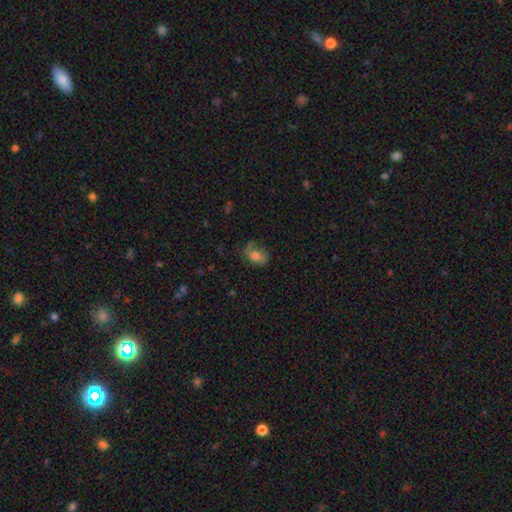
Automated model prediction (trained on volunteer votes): Smooth or featured?
  - smooth: 59% *
  - featured or disk: 30%
  - star or artifact: 10%
How rounded?
  - in between: 69% *
  - round: 30%
  - cigar-shaped: 2%
Merging?
  - none: 53% *
  - minor disturbance: 29%
  - major disturbance: 17%
  - merger: 2%